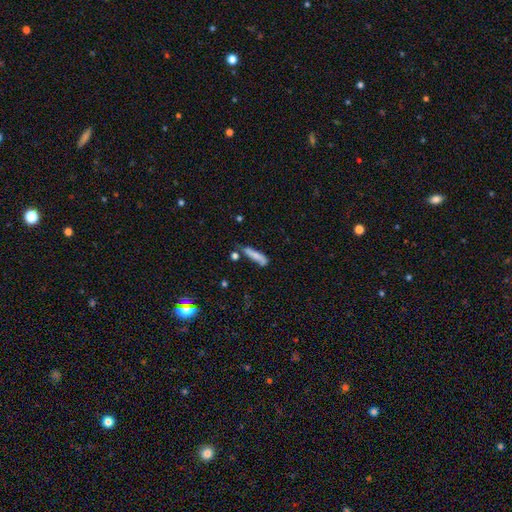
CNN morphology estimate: This is likely a smooth galaxy (70%). How rounded: likely cigar-shaped (74%). Merging: possibly none (51%).